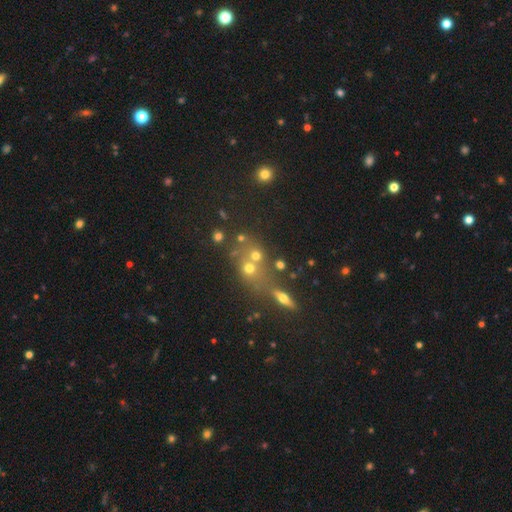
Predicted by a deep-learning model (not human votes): Smooth or featured? smooth (57%)
How rounded? round (71%)
Merging? merger (44%)